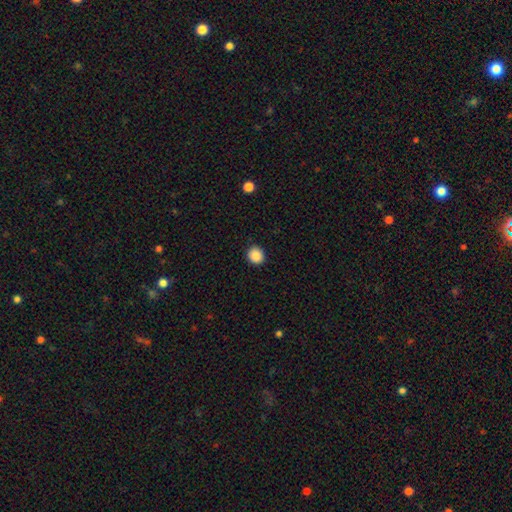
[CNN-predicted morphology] Smooth or featured?
  - smooth: 88% *
  - star or artifact: 9%
  - featured or disk: 3%
How rounded?
  - round: 79% *
  - in between: 20%
  - cigar-shaped: 1%
Merging?
  - none: 90% *
  - minor disturbance: 7%
  - major disturbance: 2%
  - merger: 1%